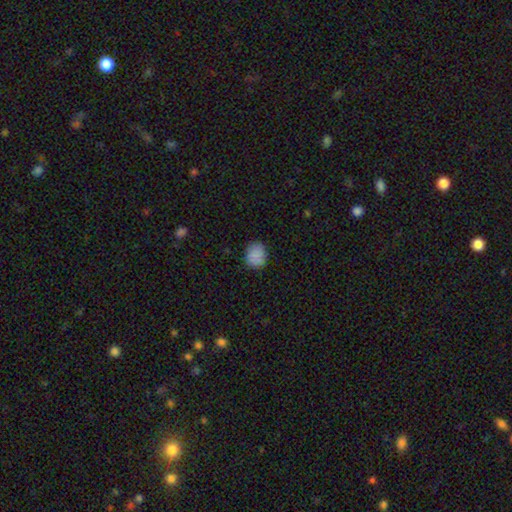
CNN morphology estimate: smooth-or-featured: smooth: 85% | star or artifact: 10% | featured or disk: 5%
  how-rounded: round: 62% | in between: 38% | cigar-shaped: 1%
  merging: none: 82% | minor disturbance: 14% | major disturbance: 3% | merger: 1%